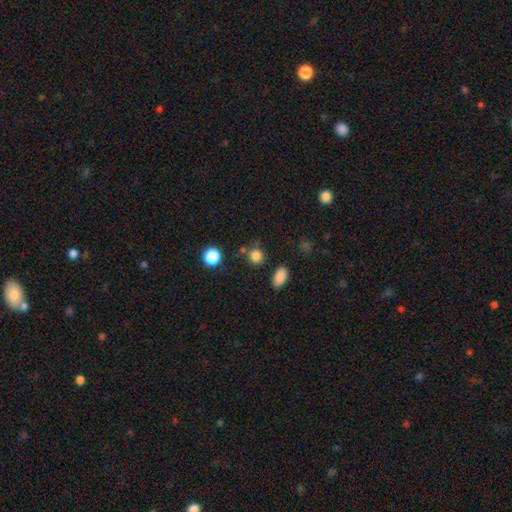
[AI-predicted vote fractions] Smooth or featured? smooth (83%)
How rounded? round (84%)
Merging? none (77%)